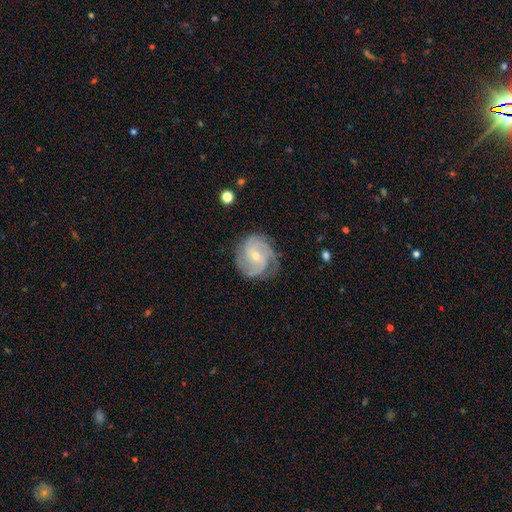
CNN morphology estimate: A featured or disk galaxy (85%) with no bar (59%), 3 (36%) tight (60%) spiral arms (97%) and a small central bulge (60%).

Vote fractions:
- Smooth or featured? featured or disk: 85% / smooth: 10% / star or artifact: 6%
- Edge-on disk? no: 98% / yes: 2%
- Bar? no: 59% / weak: 34% / strong: 8%
- Spiral arms? yes: 97% / no: 3%
- Spiral winding? tight: 60% / medium: 34% / loose: 6%
- Spiral arm count? 3: 36% / 2: 28% / can't tell: 18% / 4: 9% / 1: 5% / more than 4: 5%
- Bulge size? small: 60% / moderate: 37% / large: 1% / none: 1% / dominant: 1%
- Merging? none: 75% / minor disturbance: 17% / major disturbance: 6% / merger: 1%